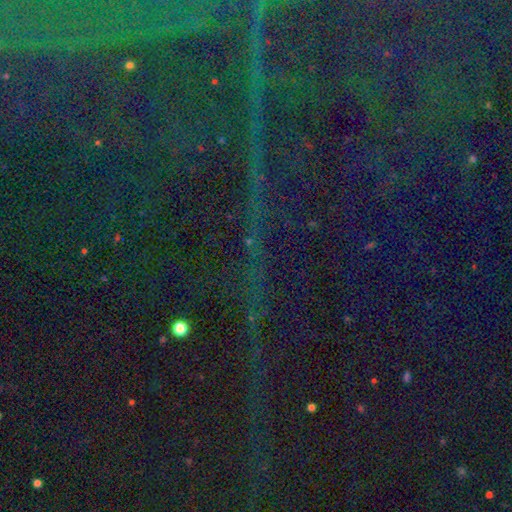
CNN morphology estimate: A star or artifact, not a galaxy (85%).

Vote fractions:
- Smooth or featured? star or artifact: 85% / smooth: 8% / featured or disk: 7%